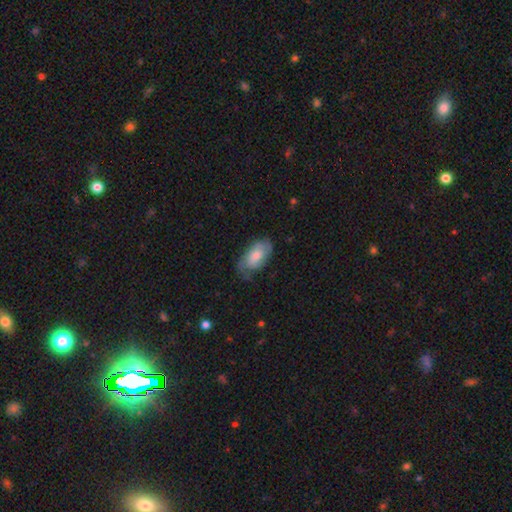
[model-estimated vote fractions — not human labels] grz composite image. It shows a smooth galaxy with no disk features (53%) that is in between round and cigar-shaped (92%). Merging: none (56%).